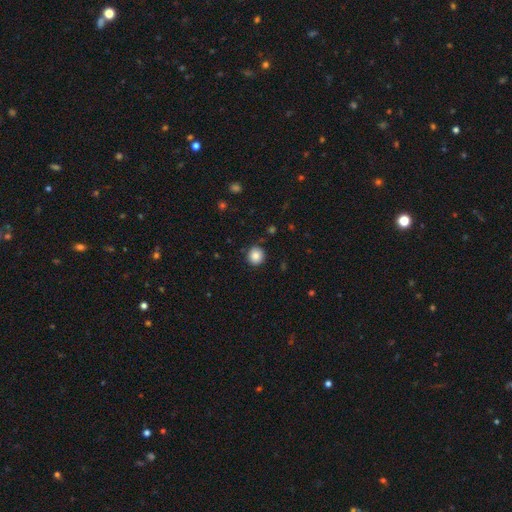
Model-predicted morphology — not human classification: This is clearly a smooth galaxy (86%). How rounded: clearly round (90%). Merging: clearly none (88%).